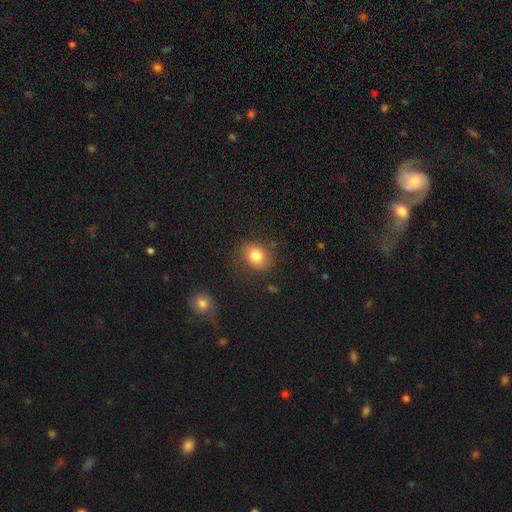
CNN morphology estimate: Smooth or featured? Predicted: smooth (p=0.81). How rounded? Predicted: round (p=0.62). Merging? Predicted: none (p=0.77).